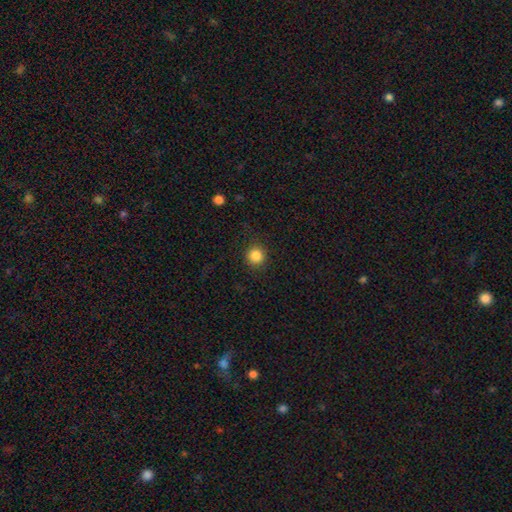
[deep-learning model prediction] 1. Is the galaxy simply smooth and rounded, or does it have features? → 85% smooth, 11% star or artifact, 4% featured or disk.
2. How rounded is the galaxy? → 93% round, 6% in between, 1% cigar-shaped.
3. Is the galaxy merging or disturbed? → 89% none, 7% minor disturbance, 3% major disturbance, 1% merger.